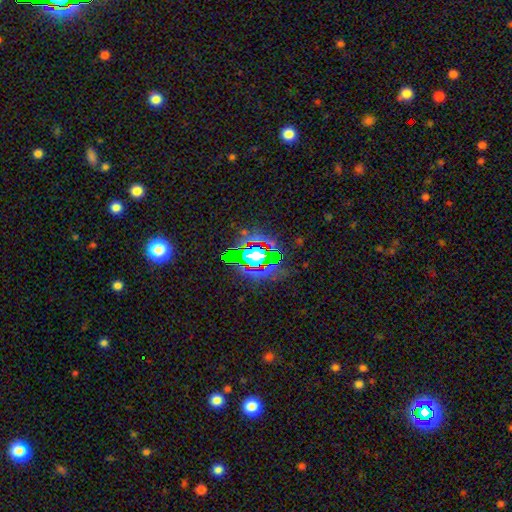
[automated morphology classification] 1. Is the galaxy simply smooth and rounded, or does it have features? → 57% star or artifact, 25% smooth, 18% featured or disk.